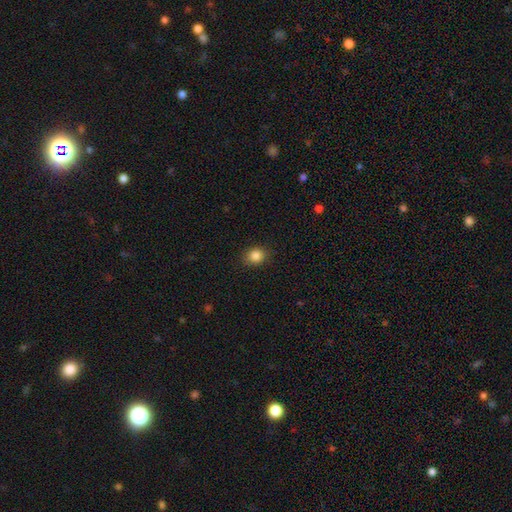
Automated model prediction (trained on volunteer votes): A smooth galaxy with no disk features (85%) that is round (67%). Merging: none (86%).